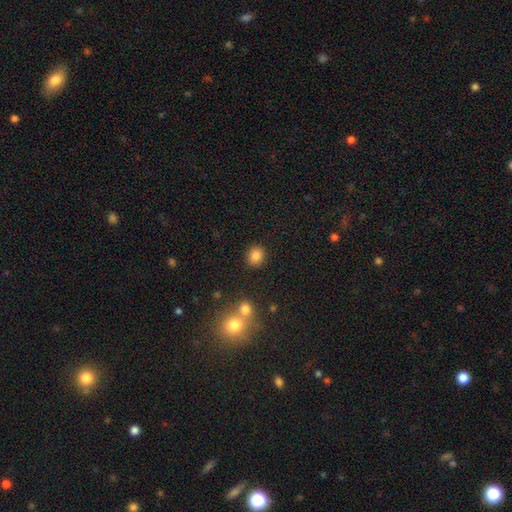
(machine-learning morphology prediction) A smooth galaxy with no disk features (84%) that is round (79%). Merging: none (86%).